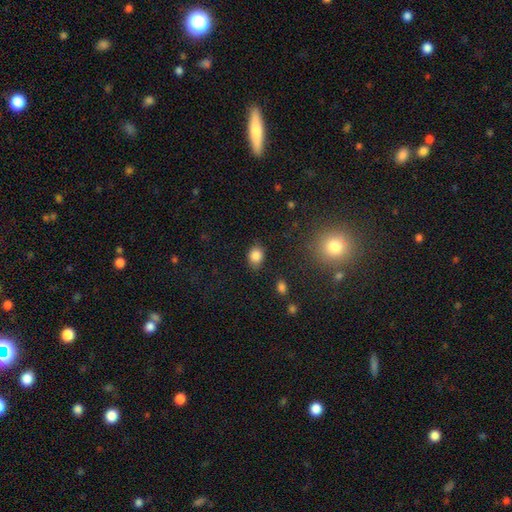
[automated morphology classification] A smooth galaxy with no disk features (85%) that is in between round and cigar-shaped (56%).

Vote fractions:
- Smooth or featured? smooth: 85% / star or artifact: 10% / featured or disk: 5%
- How rounded? in between: 56% / round: 43% / cigar-shaped: 1%
- Merging? none: 79% / minor disturbance: 15% / major disturbance: 4% / merger: 2%